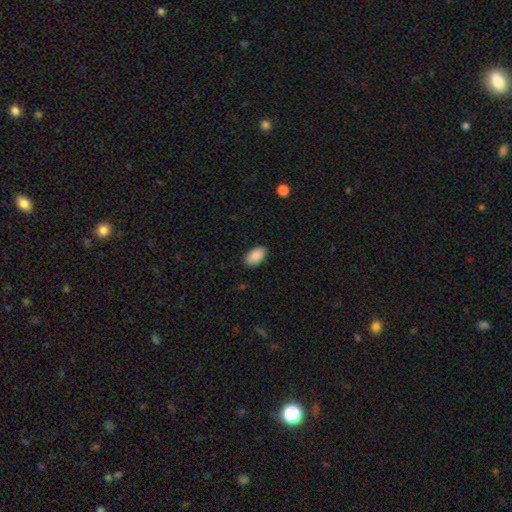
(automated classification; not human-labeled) A smooth galaxy with no disk features (90%) that is in between round and cigar-shaped (94%). Merging: none (87%).